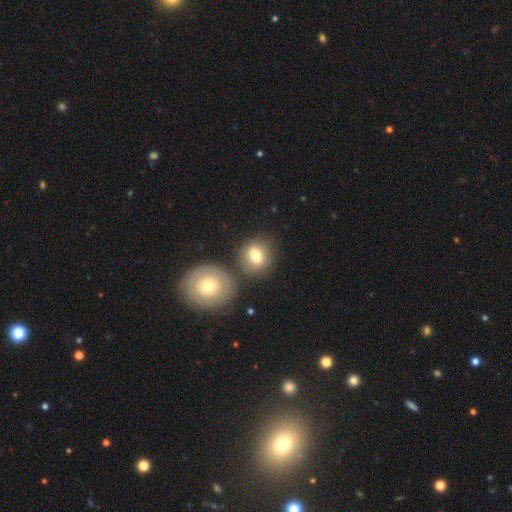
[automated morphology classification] Smooth or featured? Predicted: smooth (p=0.74). How rounded? Predicted: round (p=0.71). Merging? Predicted: none (p=0.64).